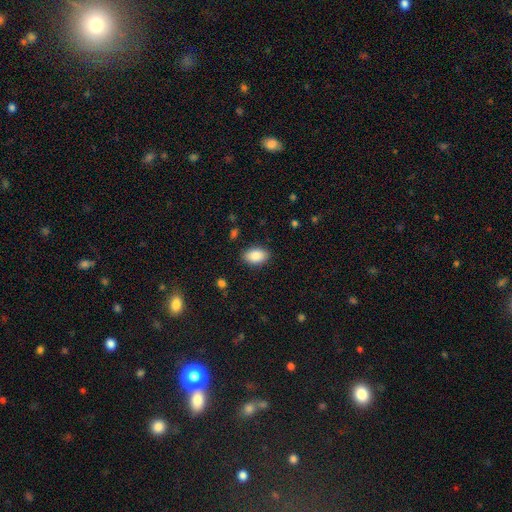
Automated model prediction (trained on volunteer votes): Morphology: type=smooth (89%); roundness=in between (91%); merging=none (87%).